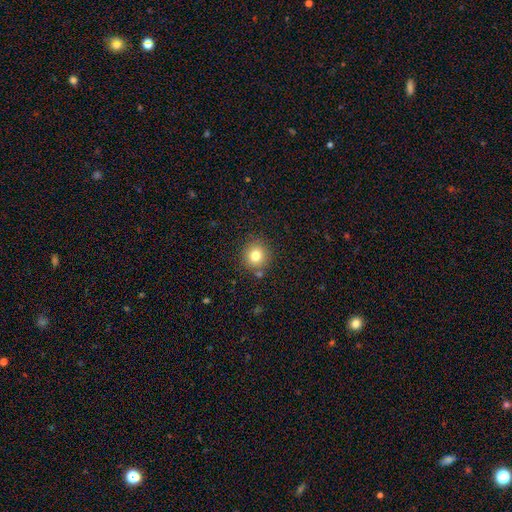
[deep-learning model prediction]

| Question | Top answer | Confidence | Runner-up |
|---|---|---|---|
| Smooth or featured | smooth | 78% | star or artifact (13%) |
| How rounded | round | 91% | in between (8%) |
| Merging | none | 83% | minor disturbance (9%) |